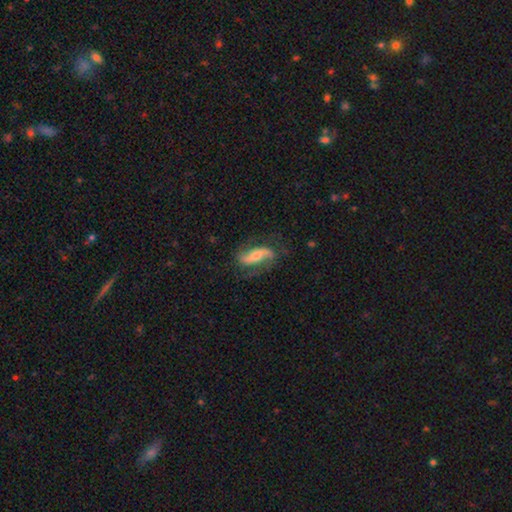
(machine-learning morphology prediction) Smooth or featured?
  - featured or disk: 74% *
  - smooth: 20%
  - star or artifact: 6%
Edge-on disk?
  - no: 89% *
  - yes: 11%
Bar?
  - no: 37% *
  - strong: 34%
  - weak: 29%
Spiral arms?
  - yes: 92% *
  - no: 8%
Spiral winding?
  - loose: 57% *
  - medium: 31%
  - tight: 12%
Spiral arm count?
  - 2: 88% *
  - 1: 4%
  - can't tell: 4%
  - 3: 1%
  - 4: 1%
  - more than 4: 1%
Bulge size?
  - moderate: 54% *
  - small: 36%
  - large: 6%
  - none: 2%
  - dominant: 1%
Merging?
  - none: 70% *
  - minor disturbance: 18%
  - major disturbance: 10%
  - merger: 2%